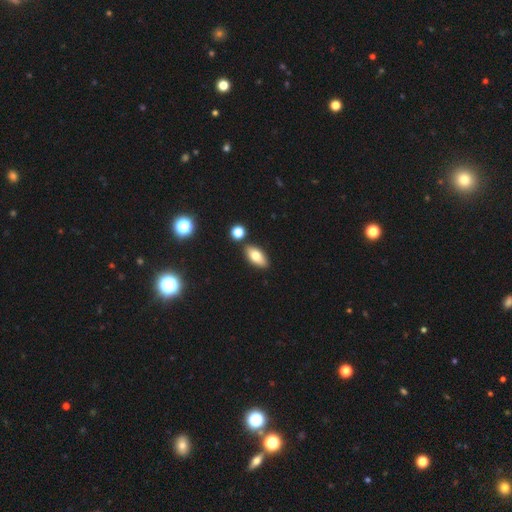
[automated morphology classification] type=smooth (74%); roundness=in between (87%); merging=none (82%).